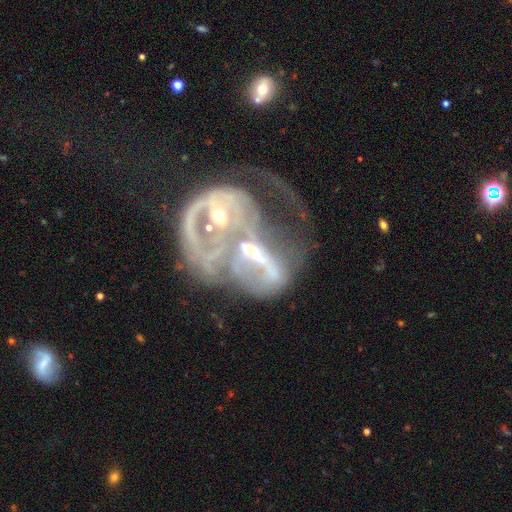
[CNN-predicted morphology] The model was most divided on "spiral arms": no: 51%, yes: 49%. Remaining: edge-on disk — no (95%); smooth or featured — featured or disk (75%); merging — merger (68%); bar — no (58%); bulge size — moderate (48%).